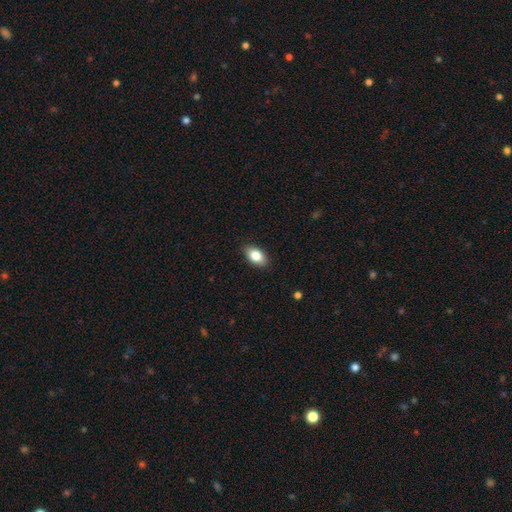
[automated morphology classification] This is clearly a smooth galaxy (84%). How rounded: clearly in between (91%). Merging: clearly none (88%).